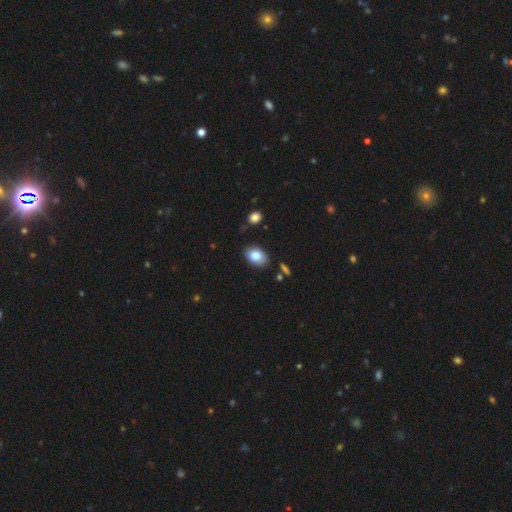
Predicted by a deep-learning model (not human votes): A smooth galaxy with no disk features (85%) that is in between round and cigar-shaped (84%).

Vote fractions:
- Smooth or featured? smooth: 85% / featured or disk: 8% / star or artifact: 8%
- How rounded? in between: 84% / round: 15% / cigar-shaped: 1%
- Merging? none: 78% / minor disturbance: 15% / major disturbance: 3% / merger: 3%